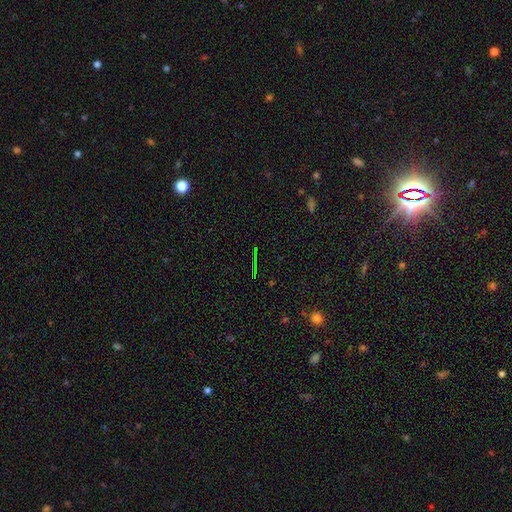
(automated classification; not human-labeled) This appears to be a star or artifact, not a galaxy (74%).